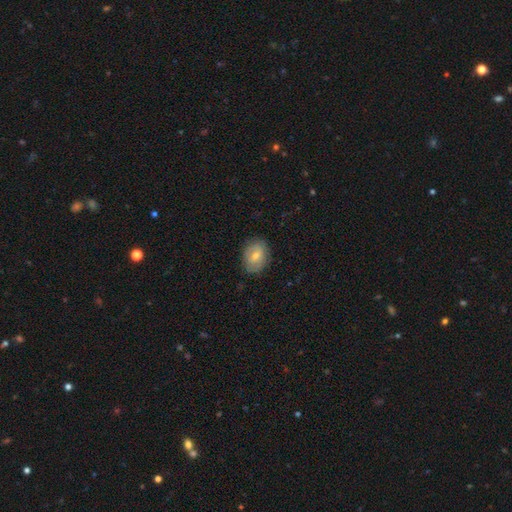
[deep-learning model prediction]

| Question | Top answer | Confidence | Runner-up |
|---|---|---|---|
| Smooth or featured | smooth | 64% | featured or disk (29%) |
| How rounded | in between | 66% | round (33%) |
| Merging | none | 80% | minor disturbance (15%) |